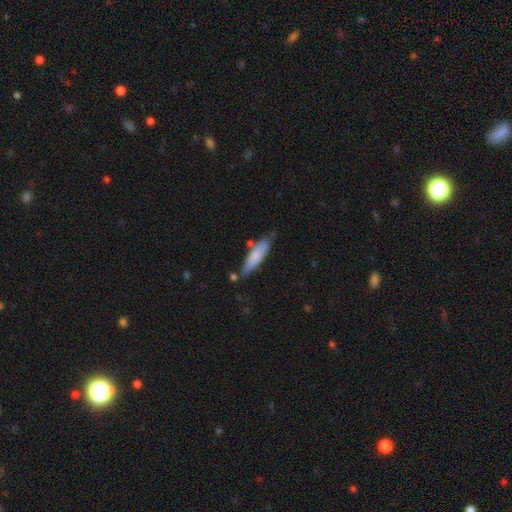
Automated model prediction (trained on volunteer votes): The model was most divided on "how rounded": cigar-shaped: 65%, in between: 33%, round: 2%. More confident: smooth or featured — smooth (74%); merging — none (66%).